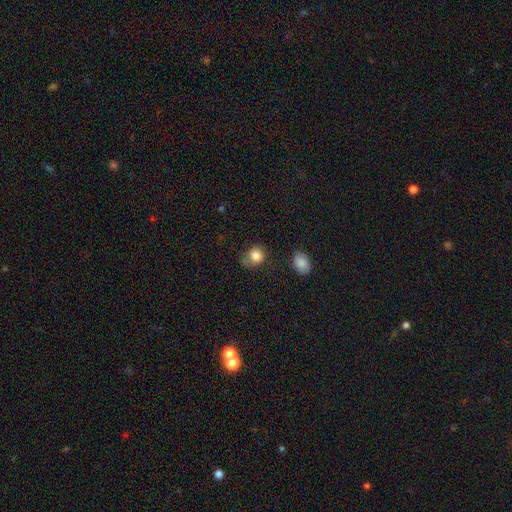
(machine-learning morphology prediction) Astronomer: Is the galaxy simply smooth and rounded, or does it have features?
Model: smooth — 83%.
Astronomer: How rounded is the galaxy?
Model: round — 68%.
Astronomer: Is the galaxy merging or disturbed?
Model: none — 49% (runner-up: minor disturbance, 33%).